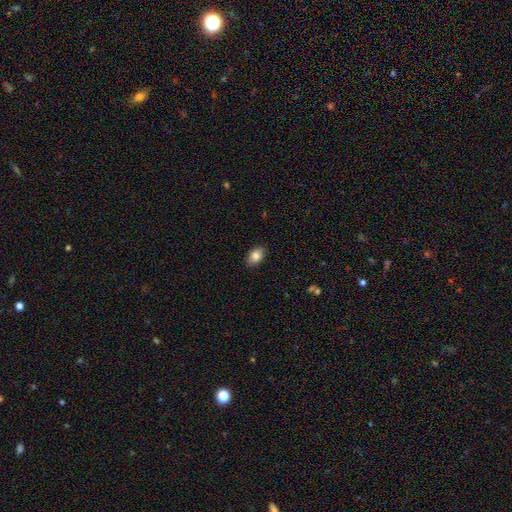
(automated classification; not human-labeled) Q: Smooth or featured?
A: smooth (85%); runner-up: star or artifact (8%)
Q: How rounded?
A: in between (86%); runner-up: round (12%)
Q: Merging?
A: none (89%); runner-up: minor disturbance (8%)